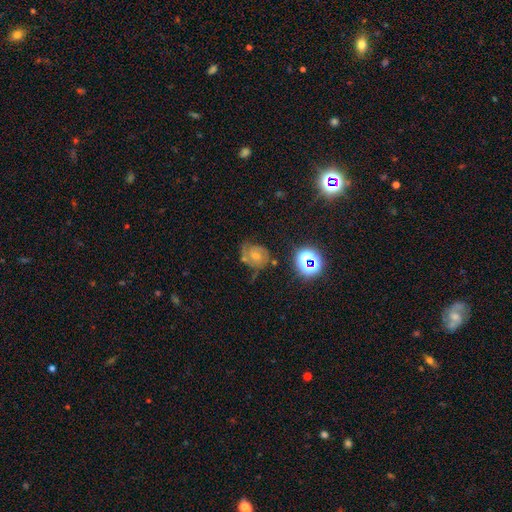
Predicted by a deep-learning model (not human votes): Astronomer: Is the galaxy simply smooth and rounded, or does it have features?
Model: featured or disk — 61%.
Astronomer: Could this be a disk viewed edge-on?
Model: no — 97%.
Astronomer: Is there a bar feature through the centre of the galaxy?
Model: no — 58% (runner-up: weak, 34%).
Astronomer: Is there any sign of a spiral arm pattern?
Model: yes — 88%.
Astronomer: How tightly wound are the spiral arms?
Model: tight — 50% (runner-up: medium, 39%).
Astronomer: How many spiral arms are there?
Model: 2 — 65%.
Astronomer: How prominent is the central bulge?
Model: moderate — 52% (runner-up: small, 37%).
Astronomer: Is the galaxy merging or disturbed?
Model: none — 55%.